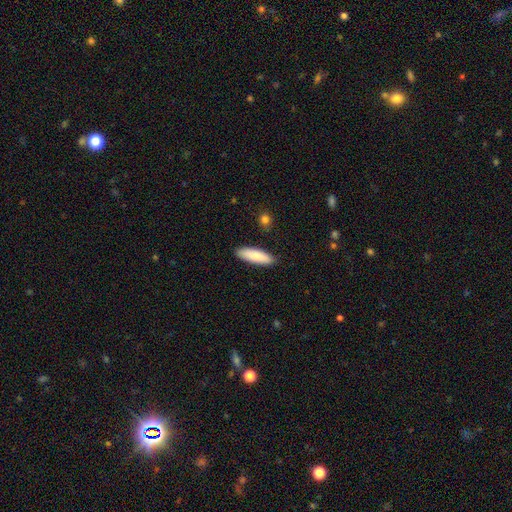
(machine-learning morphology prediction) A smooth galaxy with no disk features (85%) that is cigar-shaped (52%). Merging: none (88%).